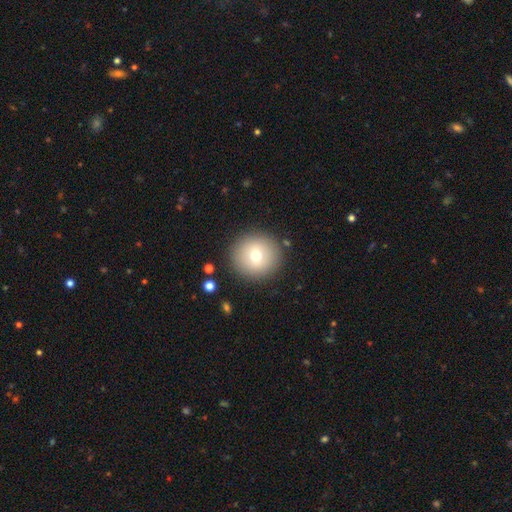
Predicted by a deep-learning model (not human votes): Smooth or featured?
  - smooth: 71% *
  - featured or disk: 17%
  - star or artifact: 12%
How rounded?
  - round: 94% *
  - in between: 5%
  - cigar-shaped: 1%
Merging?
  - none: 89% *
  - minor disturbance: 6%
  - major disturbance: 3%
  - merger: 2%